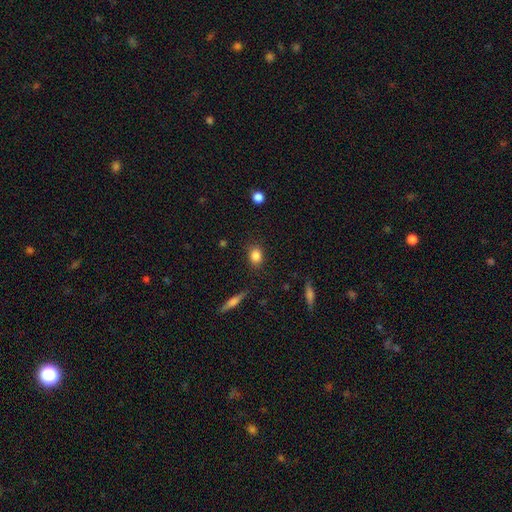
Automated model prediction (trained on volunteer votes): The model was most divided on "how rounded": in between: 52%, round: 45%, cigar-shaped: 3%. More confident: merging — none (85%); smooth or featured — smooth (85%).